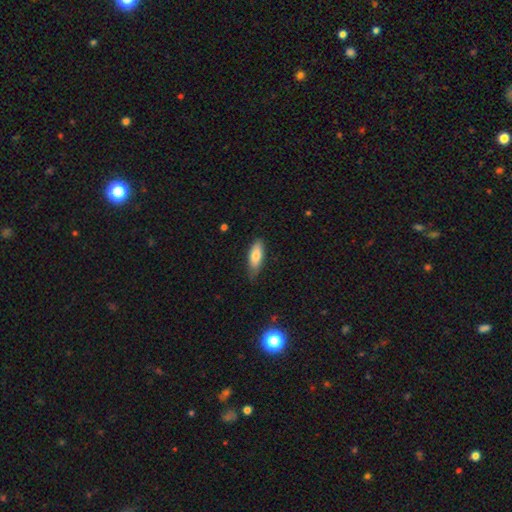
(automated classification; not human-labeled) Smooth or featured? Predicted: smooth (p=0.75). How rounded? Predicted: in between (p=0.69). Merging? Predicted: none (p=0.72).